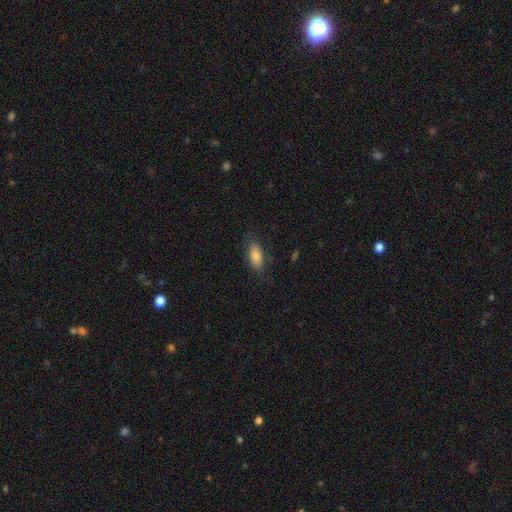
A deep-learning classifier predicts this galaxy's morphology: The model was most divided on "merging": none: 76%, minor disturbance: 17%, major disturbance: 5%, merger: 1%. More confident: how rounded — in between (84%); smooth or featured — smooth (79%).